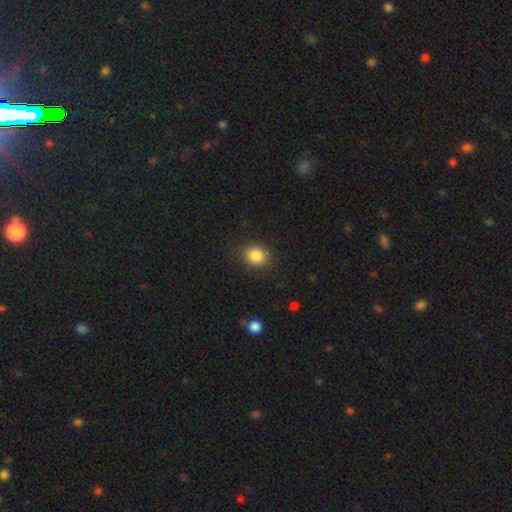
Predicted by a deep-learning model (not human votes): This is clearly a smooth galaxy (85%). How rounded: likely round (67%). Merging: clearly none (84%).